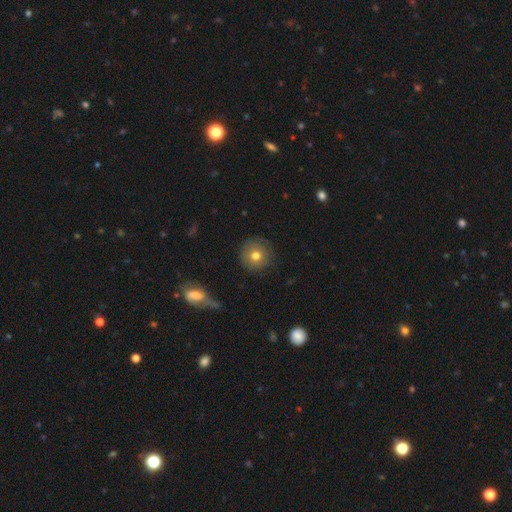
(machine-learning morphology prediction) smooth 73%, featured or disk 16%, star or artifact 11%. Down the decision tree: how rounded — round (94%); merging — none (86%).